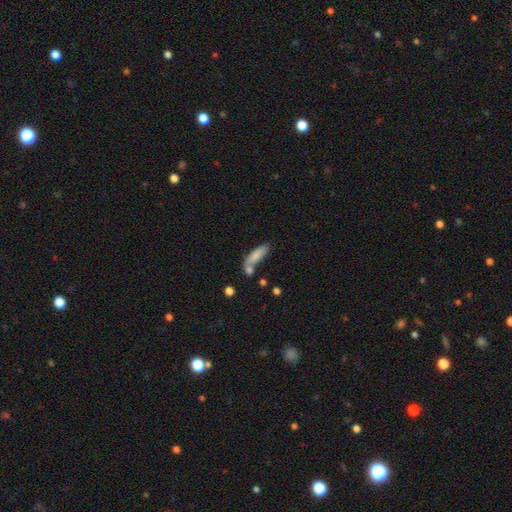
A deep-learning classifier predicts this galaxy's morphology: smooth_or_featured: smooth (p=0.80) [alt: featured or disk p=0.13]
how_rounded: in between (p=0.51) [alt: cigar-shaped p=0.46]
merging: none (p=0.49) [alt: merger p=0.26]